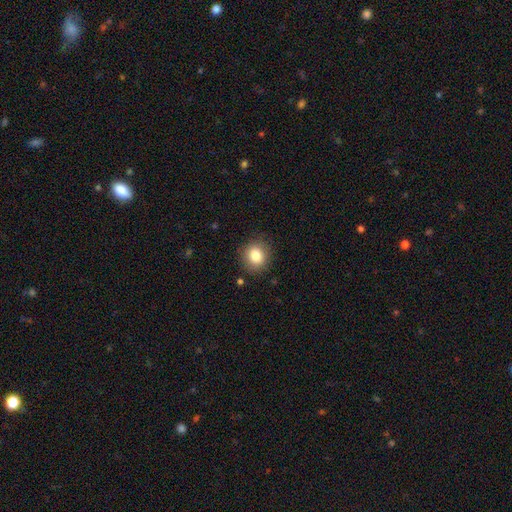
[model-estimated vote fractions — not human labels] smooth 82%, star or artifact 10%, featured or disk 8%. Down the decision tree: how rounded — round (80%); merging — none (87%).